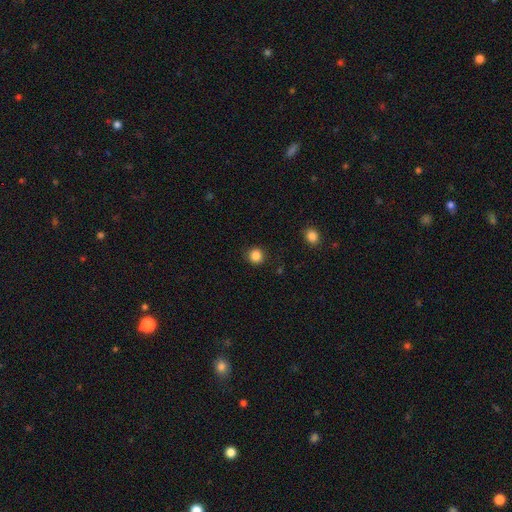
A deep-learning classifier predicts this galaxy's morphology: Smooth or featured: smooth — 86% (star or artifact — 11%)
How rounded: round — 92% (in between — 8%)
Merging: none — 89% (minor disturbance — 7%)